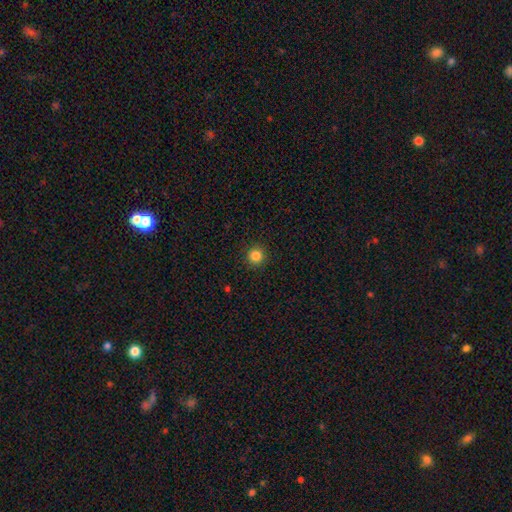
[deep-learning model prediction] Morphology: type=smooth (84%); roundness=round (95%); merging=none (93%).